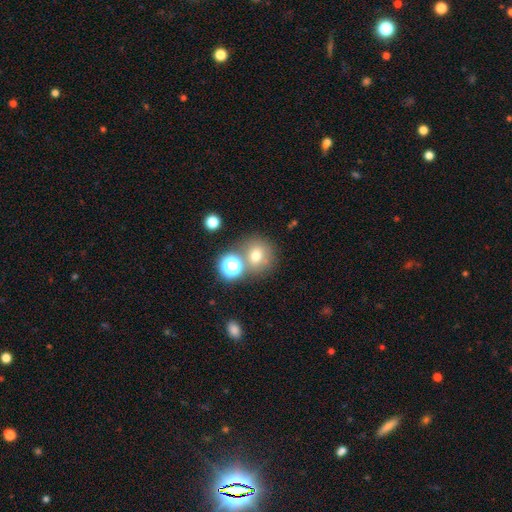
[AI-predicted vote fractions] smooth_or_featured: smooth (p=0.69) [alt: star or artifact p=0.19]
how_rounded: round (p=0.84) [alt: in between p=0.15]
merging: none (p=0.65) [alt: merger p=0.19]